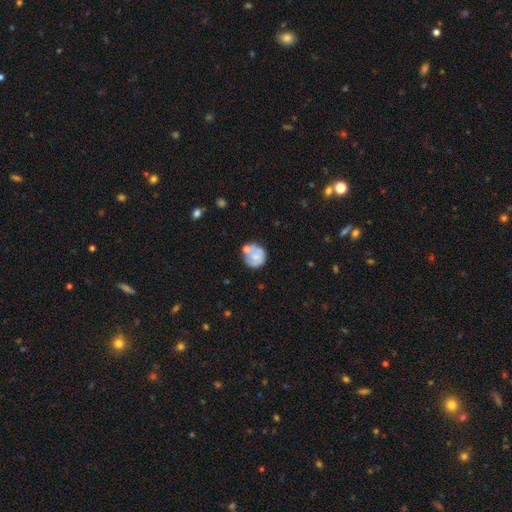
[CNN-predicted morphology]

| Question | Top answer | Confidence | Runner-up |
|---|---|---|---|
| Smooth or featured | smooth | 64% | featured or disk (28%) |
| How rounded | round | 83% | in between (16%) |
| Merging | none | 55% | minor disturbance (21%) |